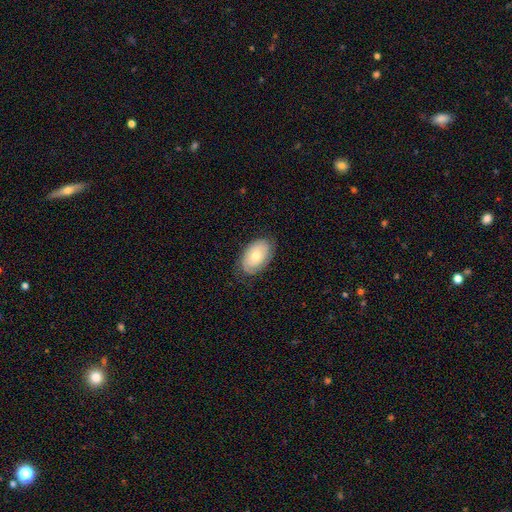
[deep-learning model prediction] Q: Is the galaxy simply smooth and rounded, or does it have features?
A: smooth — 55%.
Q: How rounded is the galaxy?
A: in between — 91%.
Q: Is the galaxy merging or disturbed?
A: none — 75%.